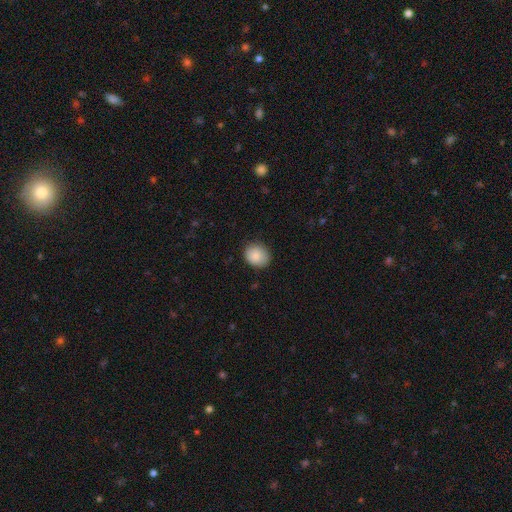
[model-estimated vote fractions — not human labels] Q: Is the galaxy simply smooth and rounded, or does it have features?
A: smooth — 84%.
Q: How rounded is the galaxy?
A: round — 69%.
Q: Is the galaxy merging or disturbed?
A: none — 83%.